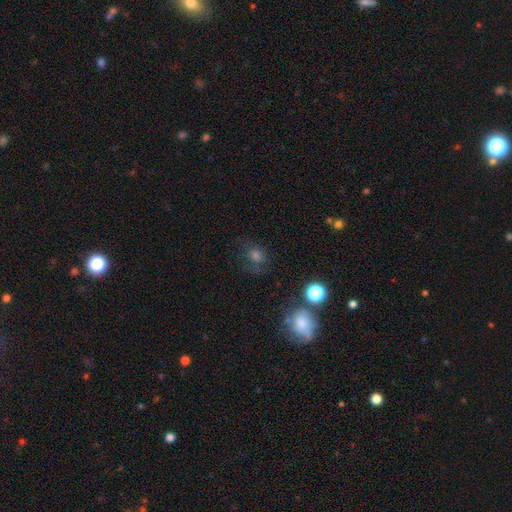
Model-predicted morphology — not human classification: smooth-or-featured: smooth: 48% | star or artifact: 30% | featured or disk: 21%
  merging: none: 60% | minor disturbance: 19% | major disturbance: 16% | merger: 5%